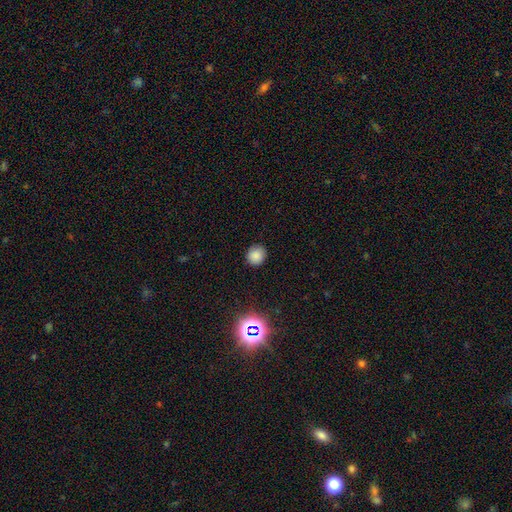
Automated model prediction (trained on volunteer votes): smooth 82%, star or artifact 14%, featured or disk 4%. Down the decision tree: how rounded — round (85%); merging — none (87%).